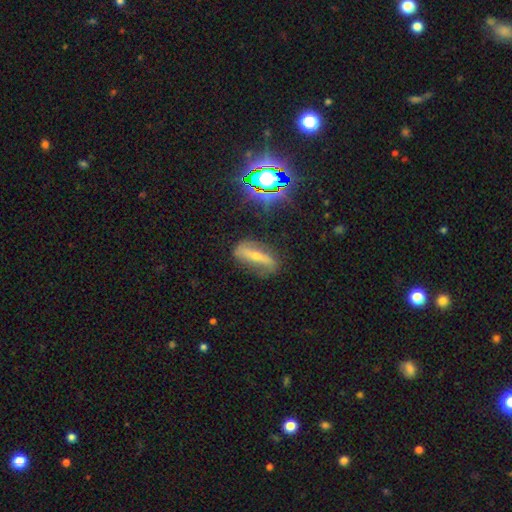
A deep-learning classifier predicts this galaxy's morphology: Smooth or featured?
  - featured or disk: 59% *
  - smooth: 23%
  - star or artifact: 18%
Edge-on disk?
  - no: 69% *
  - yes: 31%
Merging?
  - none: 73% *
  - minor disturbance: 17%
  - major disturbance: 7%
  - merger: 2%